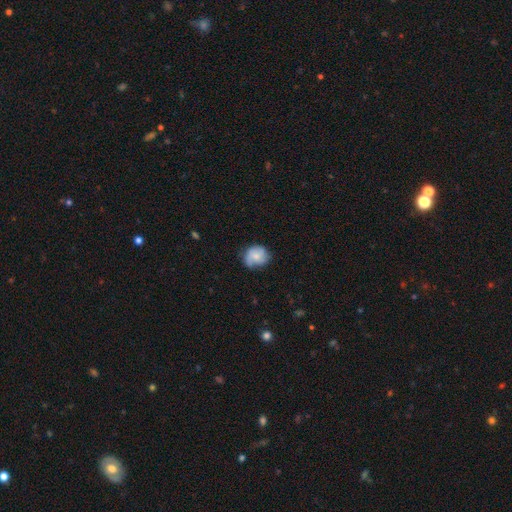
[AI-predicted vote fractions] A smooth galaxy with no disk features (66%) that is round (70%).

Vote fractions:
- Smooth or featured? smooth: 66% / featured or disk: 26% / star or artifact: 8%
- How rounded? round: 70% / in between: 29% / cigar-shaped: 1%
- Merging? none: 56% / minor disturbance: 33% / major disturbance: 10% / merger: 2%